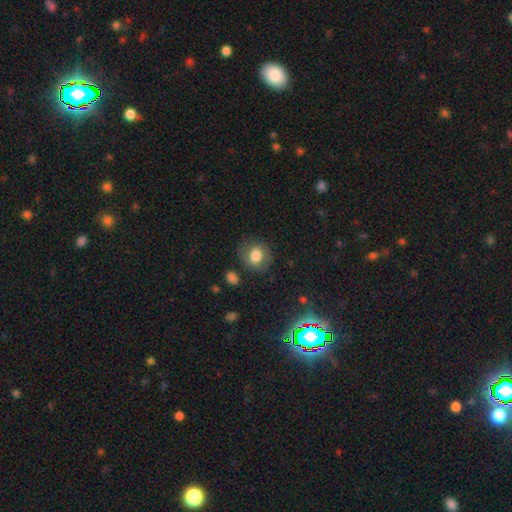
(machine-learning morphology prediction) Q: Smooth or featured?
A: smooth (73%); runner-up: featured or disk (18%)
Q: How rounded?
A: round (60%); runner-up: in between (39%)
Q: Merging?
A: none (76%); runner-up: minor disturbance (15%)